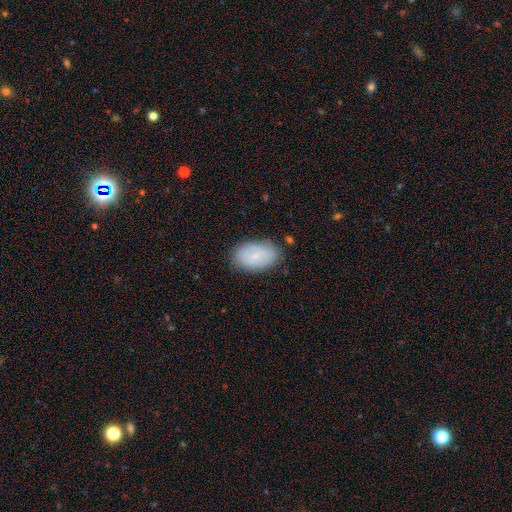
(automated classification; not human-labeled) Smooth or featured: smooth — 77% (featured or disk — 16%)
How rounded: in between — 93% (round — 5%)
Merging: none — 81% (minor disturbance — 14%)